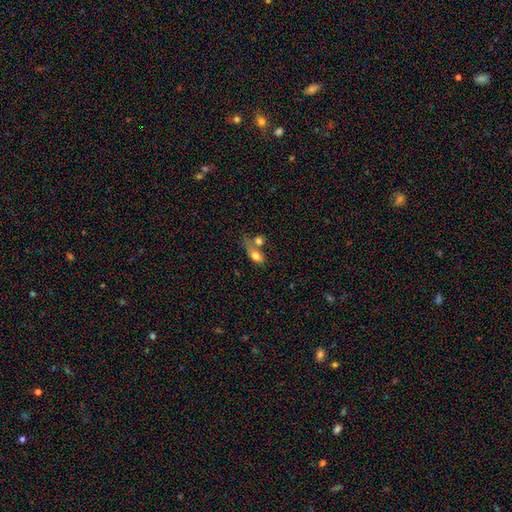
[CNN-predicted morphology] This is likely a smooth galaxy (72%). How rounded: likely in between (74%). Merging: possibly merger (54%).